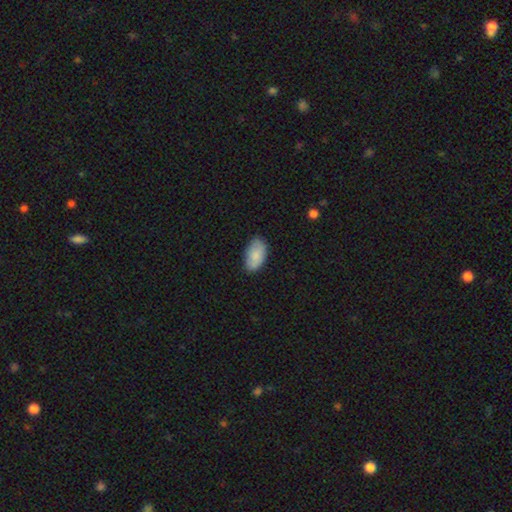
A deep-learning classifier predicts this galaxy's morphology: Smooth or featured: smooth — 86% (featured or disk — 8%)
How rounded: in between — 95% (round — 3%)
Merging: none — 80% (minor disturbance — 16%)